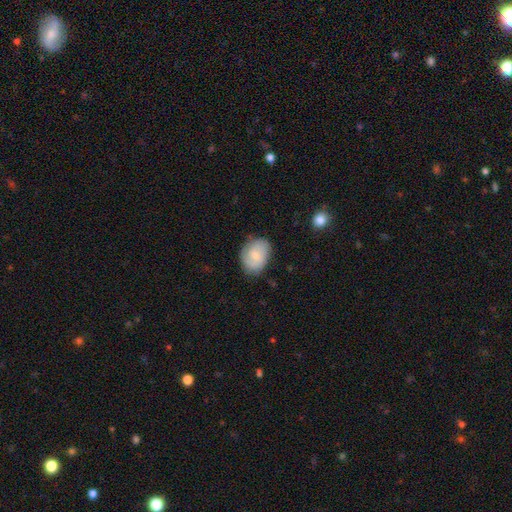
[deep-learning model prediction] This is possibly a smooth galaxy (54%). How rounded: likely in between (64%). Merging: likely none (73%).